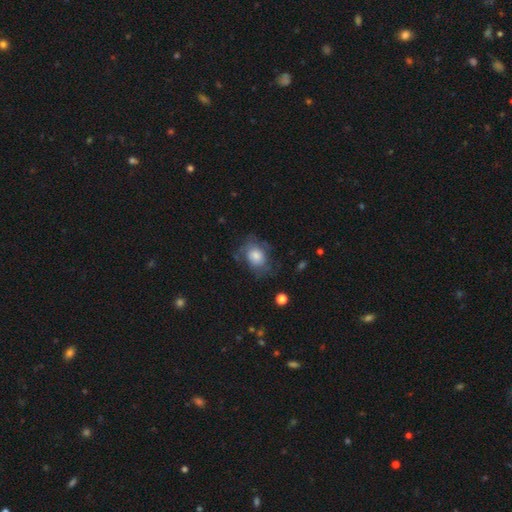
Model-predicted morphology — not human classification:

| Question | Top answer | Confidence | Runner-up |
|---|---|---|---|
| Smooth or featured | smooth | 51% | featured or disk (39%) |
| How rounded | in between | 56% | round (42%) |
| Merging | none | 57% | minor disturbance (24%) |